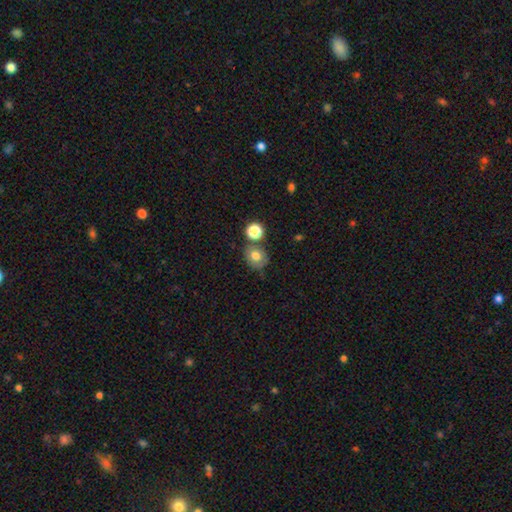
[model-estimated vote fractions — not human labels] Smooth or featured?
  - smooth: 69% *
  - featured or disk: 18%
  - star or artifact: 13%
How rounded?
  - round: 64% *
  - in between: 35%
  - cigar-shaped: 1%
Merging?
  - none: 62% *
  - merger: 17%
  - minor disturbance: 15%
  - major disturbance: 5%